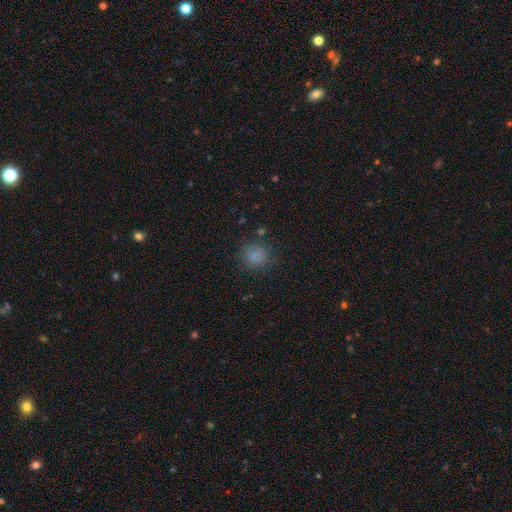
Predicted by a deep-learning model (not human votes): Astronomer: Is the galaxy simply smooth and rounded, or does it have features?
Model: smooth — 82%.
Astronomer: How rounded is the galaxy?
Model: round — 85%.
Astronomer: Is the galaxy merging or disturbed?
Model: none — 83%.